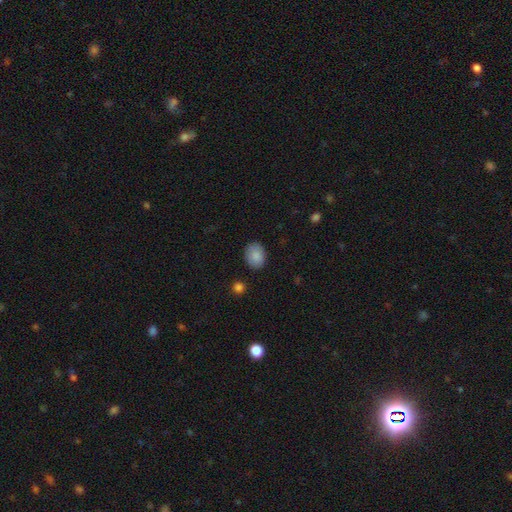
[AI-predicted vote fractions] smooth_or_featured: smooth (p=0.87) [alt: star or artifact p=0.07]
how_rounded: in between (p=0.64) [alt: round p=0.35]
merging: none (p=0.85) [alt: minor disturbance p=0.11]